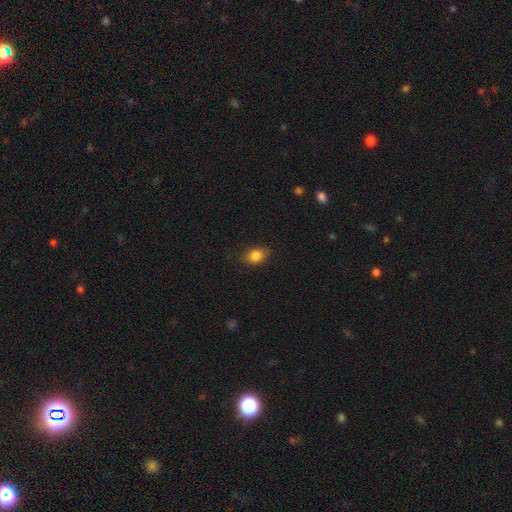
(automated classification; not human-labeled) smooth_or_featured: smooth (p=0.84) [alt: star or artifact p=0.09]
how_rounded: in between (p=0.71) [alt: round p=0.27]
merging: none (p=0.79) [alt: minor disturbance p=0.16]